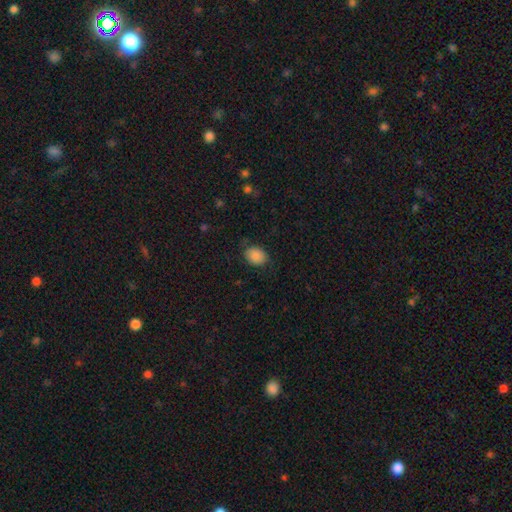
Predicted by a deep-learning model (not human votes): A smooth galaxy with no disk features (87%) that is in between round and cigar-shaped (61%). Merging: none (80%).